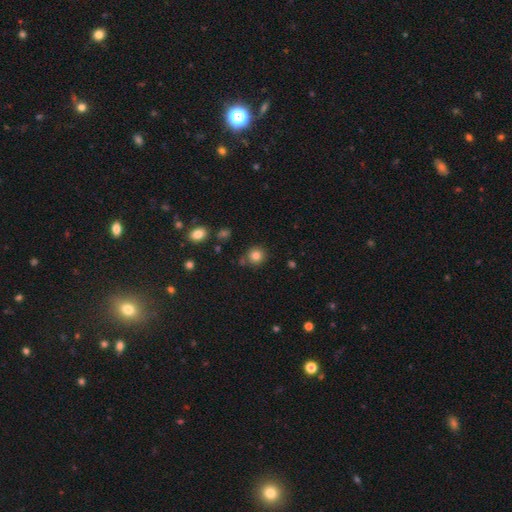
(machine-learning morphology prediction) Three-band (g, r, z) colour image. It shows a smooth galaxy with no disk features (83%) that is round (90%). Merging: none (79%).